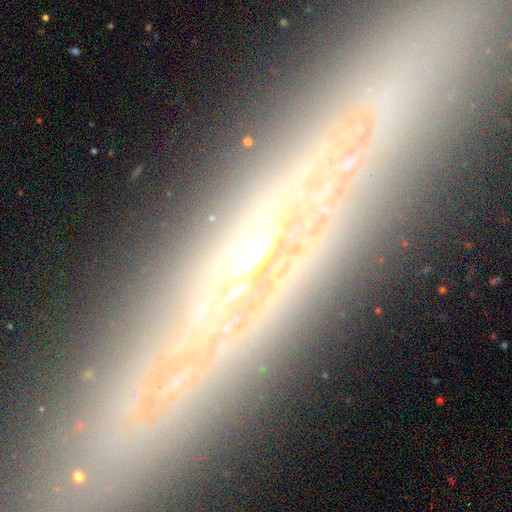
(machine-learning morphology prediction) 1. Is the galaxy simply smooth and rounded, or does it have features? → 64% featured or disk, 19% star or artifact, 17% smooth.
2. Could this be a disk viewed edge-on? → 70% yes, 30% no.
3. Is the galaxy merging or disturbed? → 83% none, 11% minor disturbance, 3% major disturbance, 2% merger.